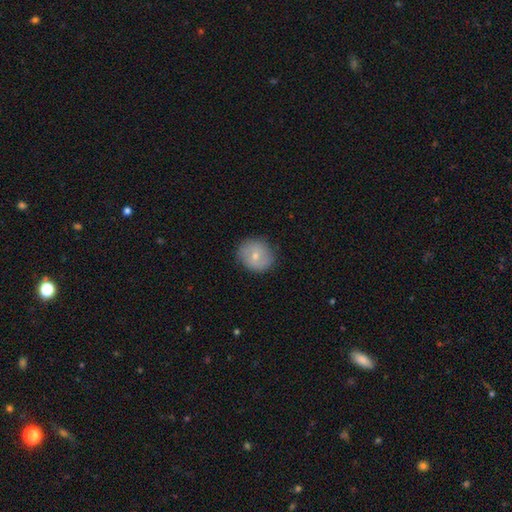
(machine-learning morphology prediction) Overall: smooth (63%; featured or disk 30%). How rounded: round (83%). Merging: none (85%).